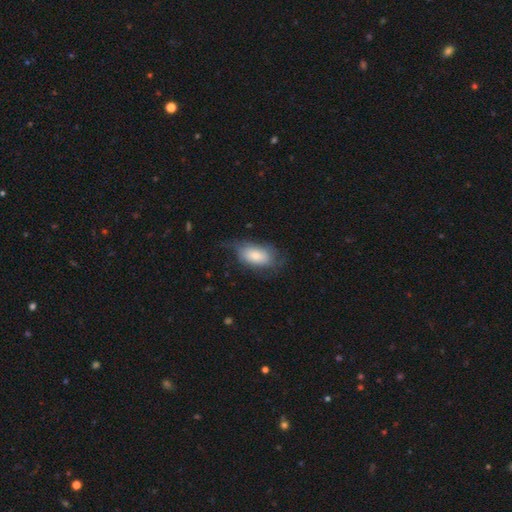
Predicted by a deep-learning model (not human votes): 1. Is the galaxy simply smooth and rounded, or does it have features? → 65% smooth, 28% featured or disk, 7% star or artifact.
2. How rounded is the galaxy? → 91% in between, 6% round, 3% cigar-shaped.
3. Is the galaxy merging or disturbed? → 50% none, 28% minor disturbance, 21% major disturbance, 2% merger.